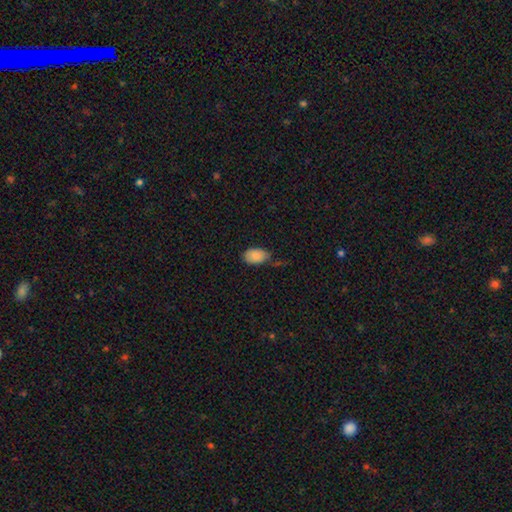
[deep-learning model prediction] This appears to be a smooth galaxy with no disk features (86%) that is in between round and cigar-shaped (91%). Merging: none (57%).